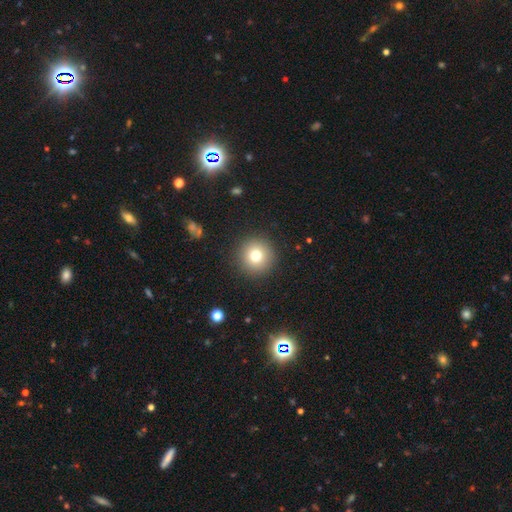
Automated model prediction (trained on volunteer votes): Q: Smooth or featured?
A: smooth (76%); runner-up: star or artifact (12%)
Q: How rounded?
A: round (96%); runner-up: in between (4%)
Q: Merging?
A: none (91%); runner-up: minor disturbance (5%)